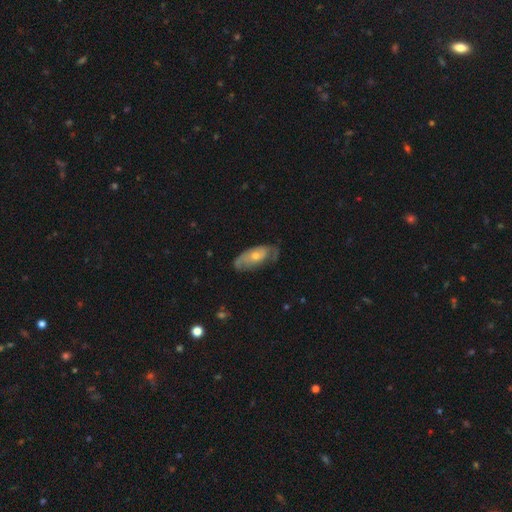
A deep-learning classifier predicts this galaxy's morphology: Smooth or featured: featured or disk — 59% (smooth — 35%)
Edge-on disk: no — 85% (yes — 15%)
Merging: none — 56% (minor disturbance — 30%)